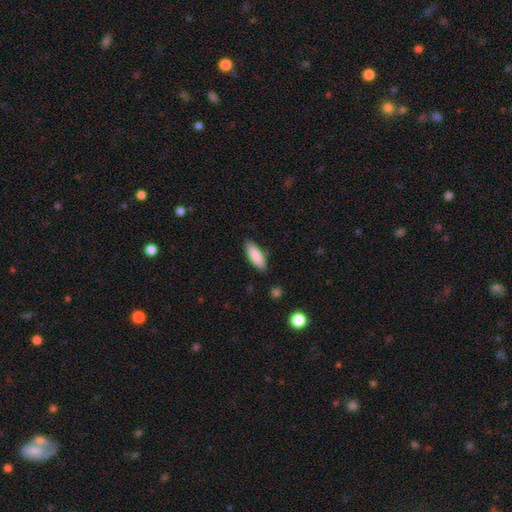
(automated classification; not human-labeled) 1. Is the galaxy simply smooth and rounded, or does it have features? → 88% smooth, 6% featured or disk, 6% star or artifact.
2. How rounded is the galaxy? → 66% in between, 33% cigar-shaped, 2% round.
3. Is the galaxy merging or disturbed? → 84% none, 12% minor disturbance, 2% major disturbance, 2% merger.